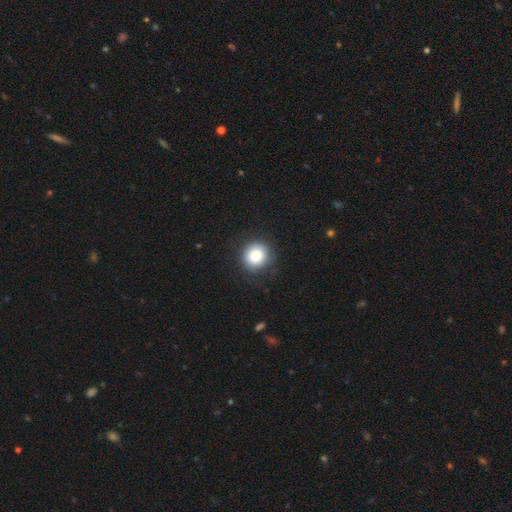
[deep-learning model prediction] smooth_or_featured: smooth (p=0.87) [alt: star or artifact p=0.08]
how_rounded: round (p=0.90) [alt: in between p=0.09]
merging: none (p=0.83) [alt: minor disturbance p=0.12]